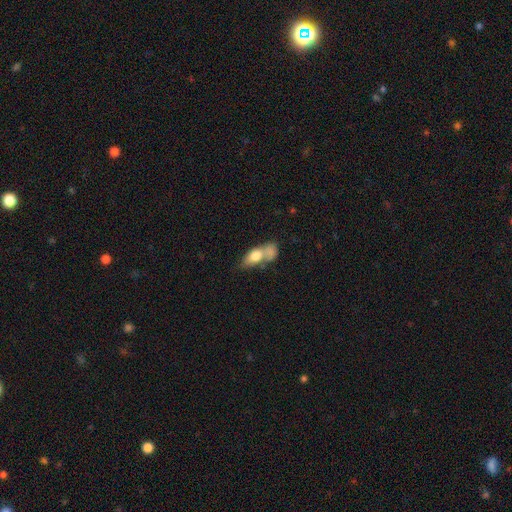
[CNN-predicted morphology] Smooth or featured: smooth — 74% (featured or disk — 20%)
How rounded: in between — 81% (cigar-shaped — 10%)
Merging: merger — 57% (none — 22%)